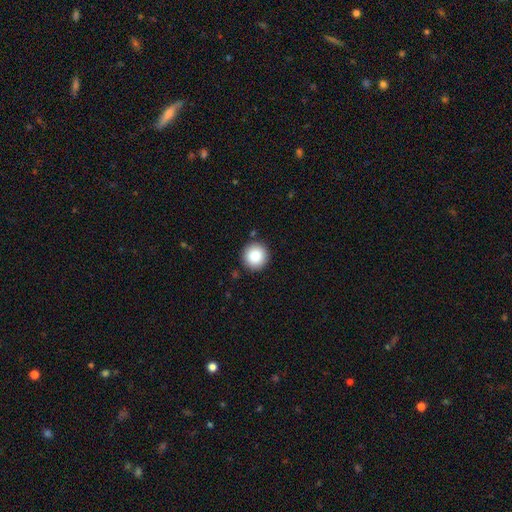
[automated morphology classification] A smooth galaxy with no disk features (87%) that is round (95%). Merging: none (91%).